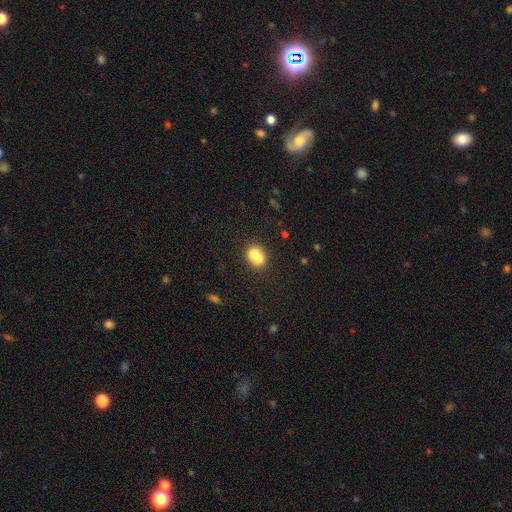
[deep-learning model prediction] smooth-or-featured: smooth: 80% | featured or disk: 11% | star or artifact: 9%
  how-rounded: in between: 71% | round: 27% | cigar-shaped: 2%
  merging: none: 55% | merger: 24% | minor disturbance: 16% | major disturbance: 5%